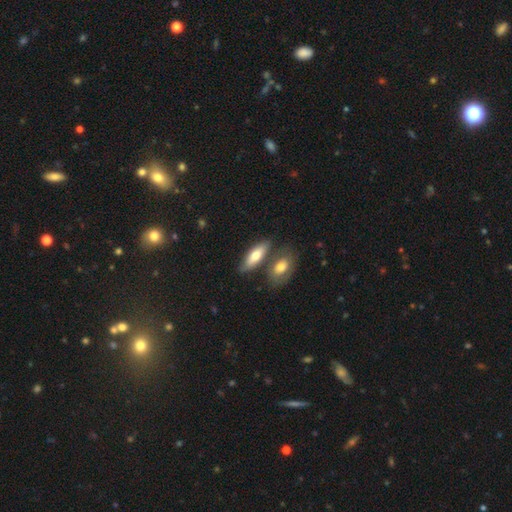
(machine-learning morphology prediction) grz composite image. It shows a smooth galaxy with no disk features (67%) that is in between round and cigar-shaped (66%). Merging: none (59%).